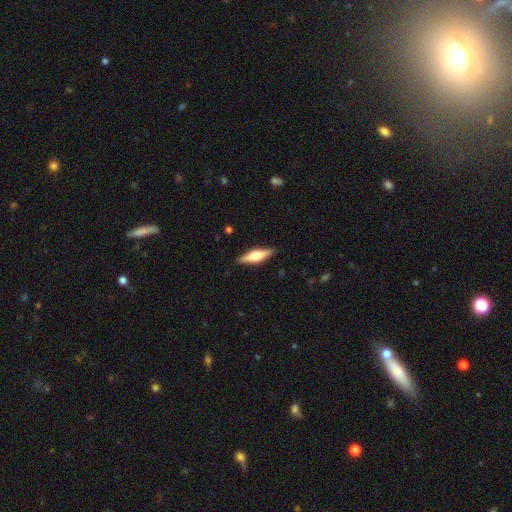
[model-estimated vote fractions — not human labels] This is possibly a featured or disk galaxy (55%). It is clearly viewed edge-on (96%). Edge-on bulge: clearly rounded (89%). Merging: clearly none (89%).